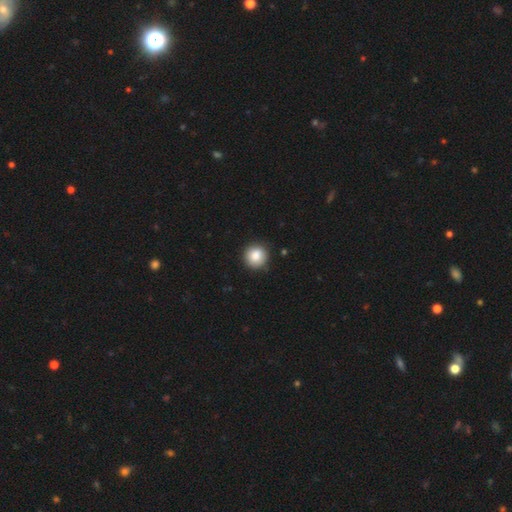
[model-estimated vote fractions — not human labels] Smooth or featured? smooth (85%)
How rounded? round (94%)
Merging? none (88%)